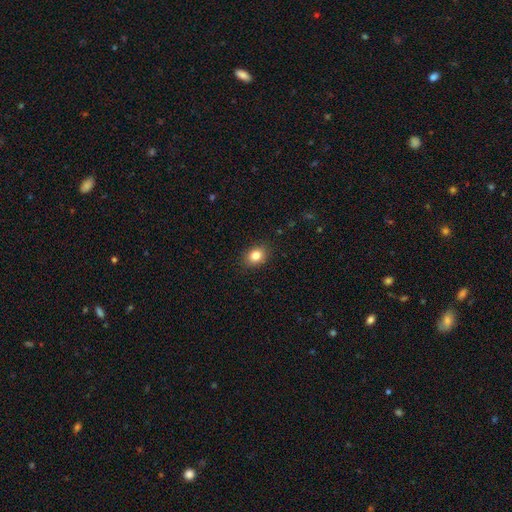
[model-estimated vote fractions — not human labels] Smooth or featured?
  - smooth: 84% *
  - star or artifact: 10%
  - featured or disk: 6%
How rounded?
  - in between: 60% *
  - round: 39%
  - cigar-shaped: 1%
Merging?
  - none: 88% *
  - minor disturbance: 9%
  - major disturbance: 2%
  - merger: 1%